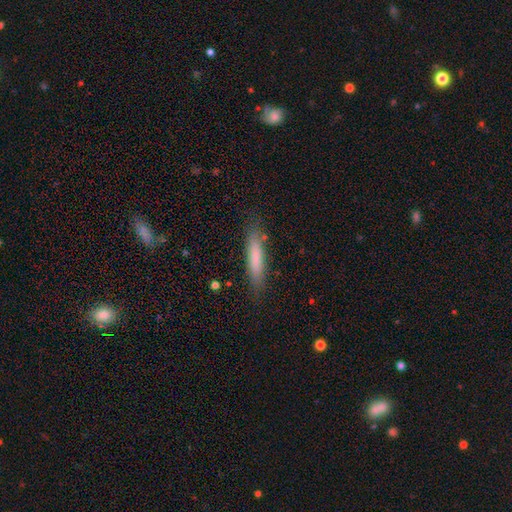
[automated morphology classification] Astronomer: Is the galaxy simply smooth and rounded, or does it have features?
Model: smooth — 77%.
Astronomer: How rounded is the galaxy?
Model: cigar-shaped — 86%.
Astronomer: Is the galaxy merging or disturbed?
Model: none — 84%.